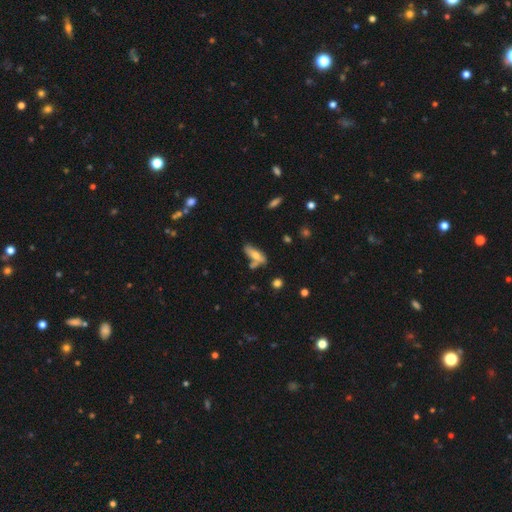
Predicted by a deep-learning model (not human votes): Smooth or featured: smooth — 63% (featured or disk — 29%)
How rounded: in between — 54% (cigar-shaped — 43%)
Merging: none — 50% (merger — 21%)